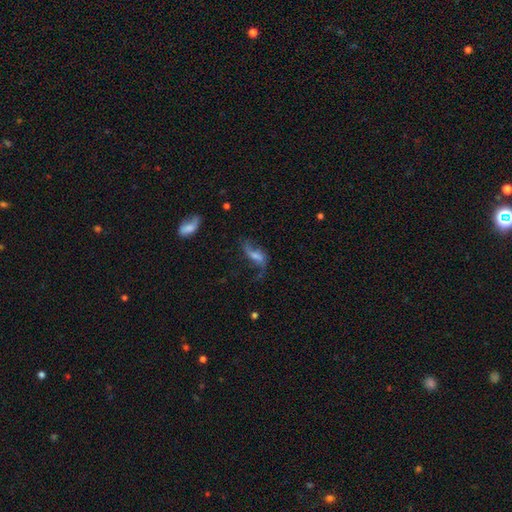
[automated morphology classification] Smooth or featured? Predicted: featured or disk (p=0.69). Edge-on disk? Predicted: no (p=0.89). Bar? Predicted: weak (p=0.41). Spiral arms? Predicted: yes (p=0.87). Spiral winding? Predicted: loose (p=0.86). Spiral arm count? Predicted: 2 (p=0.86). Bulge size? Predicted: small (p=0.39). Merging? Predicted: none (p=0.52).